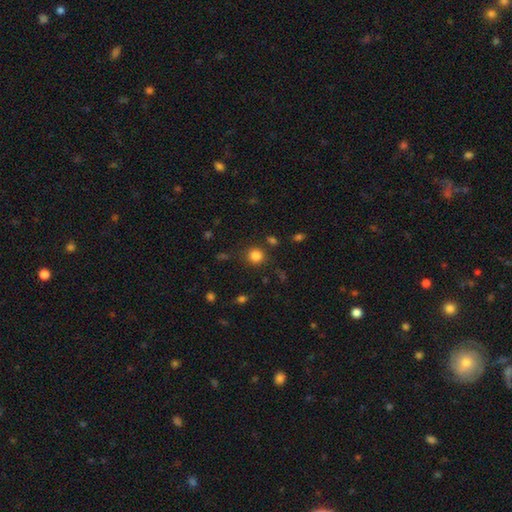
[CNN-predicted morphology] Overall: smooth (83%). How rounded: round (90%). Merging: none (83%).